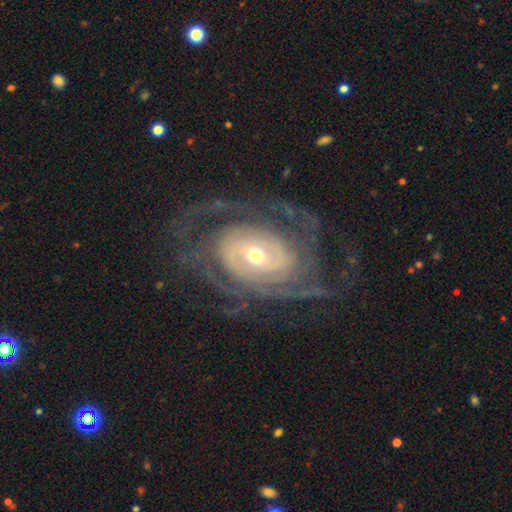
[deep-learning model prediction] Smooth or featured? featured or disk (89%)
Edge-on disk? no (96%)
Bar? no (49%)
Spiral arms? yes (95%)
Spiral winding? tight (61%)
Spiral arm count? can't tell (31%)
Bulge size? moderate (54%)
Merging? none (67%)